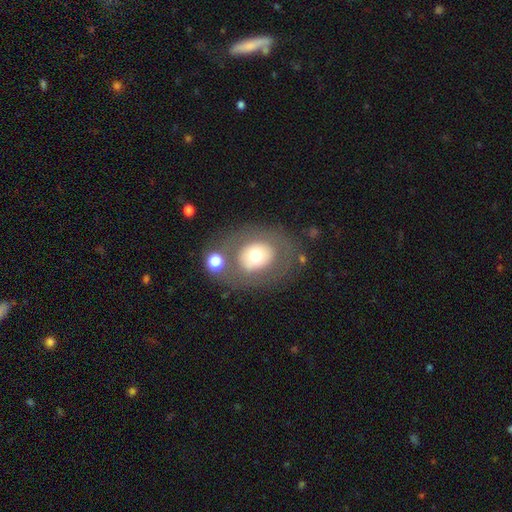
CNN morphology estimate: A smooth galaxy with no disk features (57%) that is round (55%).

Vote fractions:
- Smooth or featured? smooth: 57% / featured or disk: 34% / star or artifact: 9%
- How rounded? round: 55% / in between: 44% / cigar-shaped: 1%
- Merging? none: 68% / minor disturbance: 13% / merger: 10% / major disturbance: 10%